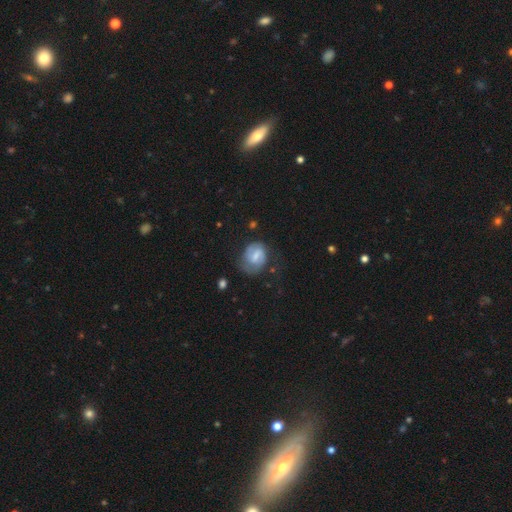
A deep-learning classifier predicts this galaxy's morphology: Smooth or featured: featured or disk — 51% (smooth — 40%)
Edge-on disk: no — 97% (yes — 3%)
Merging: none — 51% (minor disturbance — 27%)